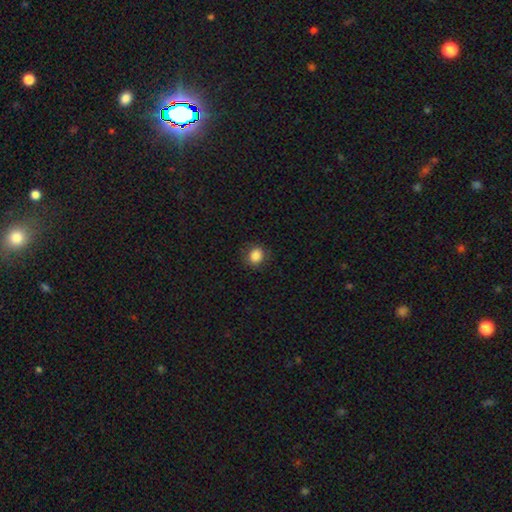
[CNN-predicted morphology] Smooth or featured: smooth — 86% (star or artifact — 10%)
How rounded: round — 67% (in between — 32%)
Merging: none — 86% (minor disturbance — 10%)